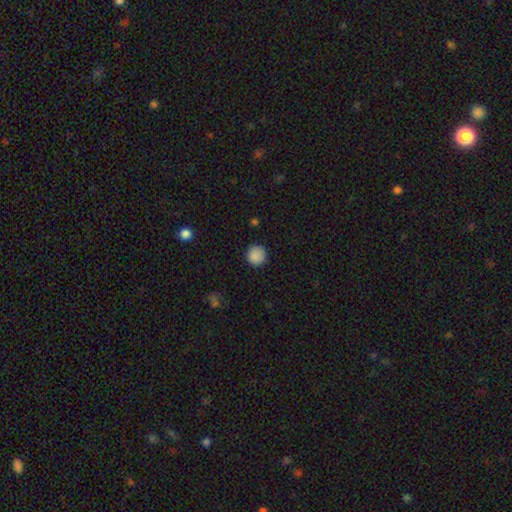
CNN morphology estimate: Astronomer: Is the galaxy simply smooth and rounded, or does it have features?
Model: smooth — 88%.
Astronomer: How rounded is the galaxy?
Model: round — 94%.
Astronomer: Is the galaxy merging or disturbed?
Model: none — 89%.